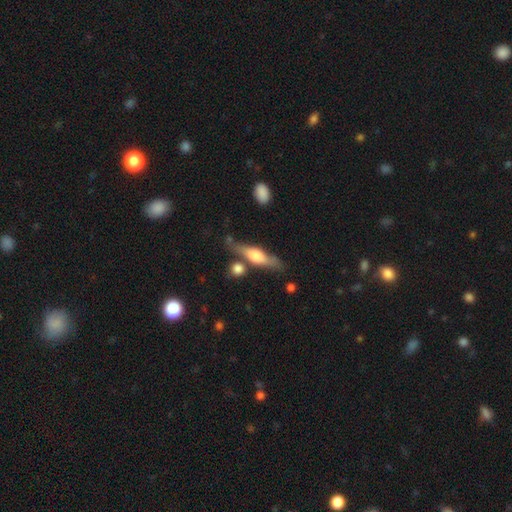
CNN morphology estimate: Overall: featured or disk (59%; smooth 35%). Edge-on disk: yes (91%). Edge-on bulge: rounded (86%). Merging: none (70%).